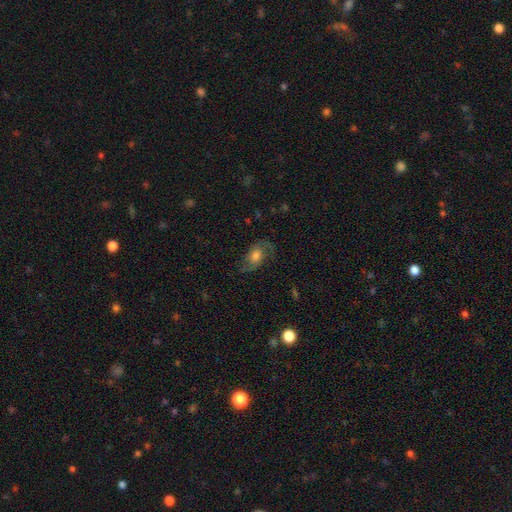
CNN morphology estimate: A featured or disk galaxy (66%) with no bar (70%), 2 (88%) loose (46%) spiral arms (90%) and a moderate central bulge (58%).

Vote fractions:
- Smooth or featured? featured or disk: 66% / smooth: 25% / star or artifact: 9%
- Edge-on disk? no: 95% / yes: 5%
- Bar? no: 70% / weak: 25% / strong: 5%
- Spiral arms? yes: 90% / no: 10%
- Spiral winding? loose: 46% / medium: 42% / tight: 12%
- Spiral arm count? 2: 88% / can't tell: 5% / 1: 4% / 3: 1% / 4: 1% / more than 4: 1%
- Bulge size? moderate: 58% / large: 21% / small: 16% / none: 3% / dominant: 2%
- Merging? none: 69% / minor disturbance: 18% / major disturbance: 12% / merger: 1%